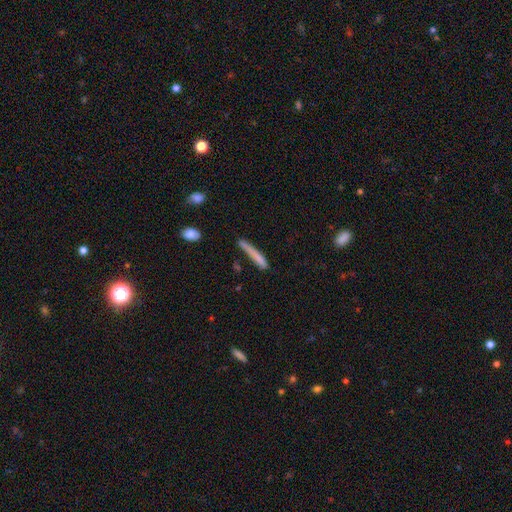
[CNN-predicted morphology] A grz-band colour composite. It shows a smooth galaxy with no disk features (72%) that is cigar-shaped (94%). Merging: none (63%).